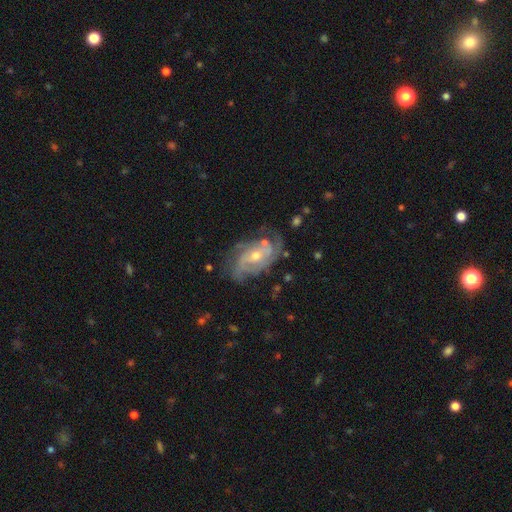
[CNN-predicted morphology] type=featured or disk (87%); edge-on=no (96%); bar=no (58%); spiral arms=yes (95%); winding=tight (51%); arm count=2 (31%); bulge=moderate (54%); merging=none (66%).